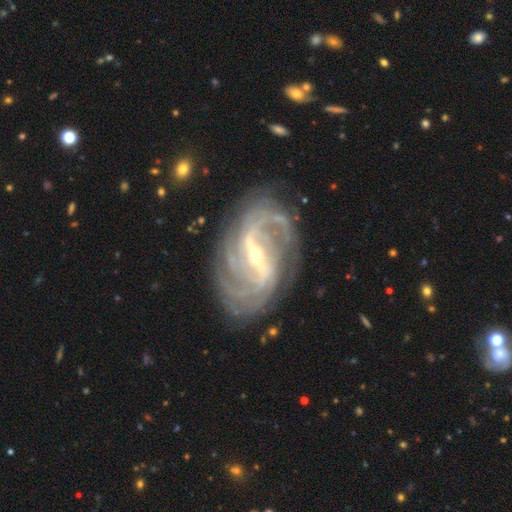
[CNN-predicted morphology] This appears to be a featured or disk galaxy (92%) with a strong bar (59%), 2 (31%) medium (42%) spiral arms (98%) and a small central bulge (69%). Merging: none (79%).